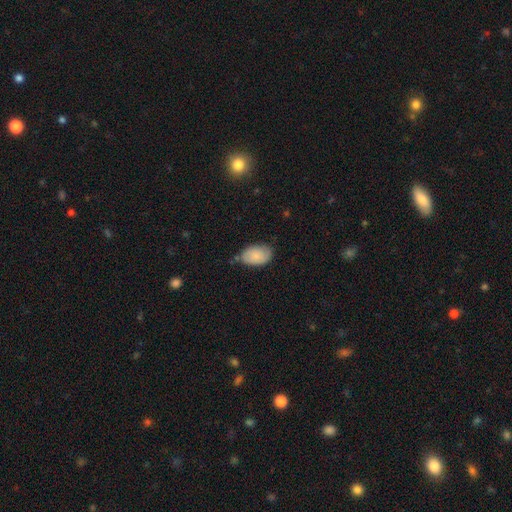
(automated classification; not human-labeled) Overall: smooth (80%). How rounded: in between (93%). Merging: none (65%; minor disturbance 27%).